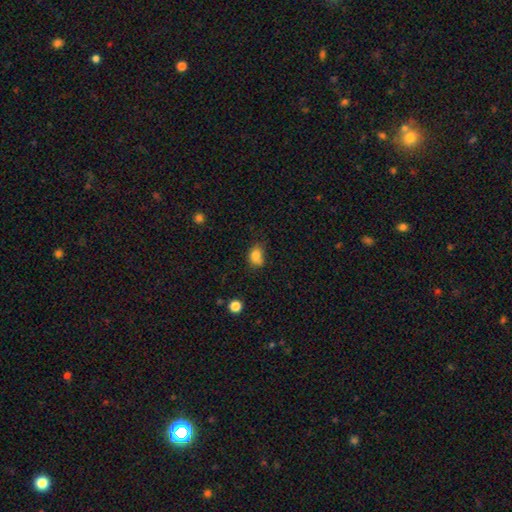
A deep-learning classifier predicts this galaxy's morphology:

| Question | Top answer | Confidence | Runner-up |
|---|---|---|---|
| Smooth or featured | smooth | 80% | star or artifact (11%) |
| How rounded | in between | 54% | round (44%) |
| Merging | none | 50% | minor disturbance (29%) |